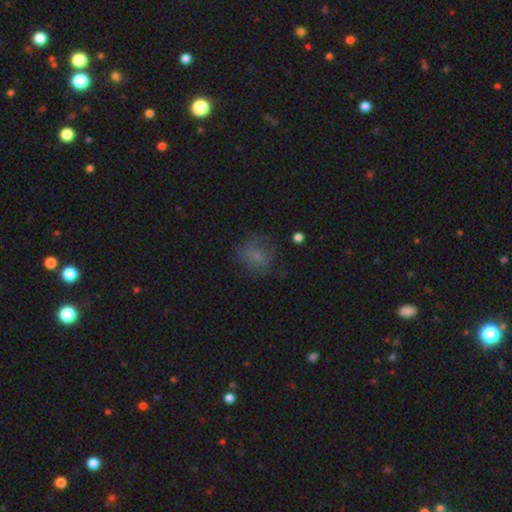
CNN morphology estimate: smooth-or-featured: smooth: 66% | featured or disk: 18% | star or artifact: 16%
  how-rounded: round: 68% | in between: 31% | cigar-shaped: 1%
  merging: none: 62% | minor disturbance: 21% | major disturbance: 14% | merger: 2%